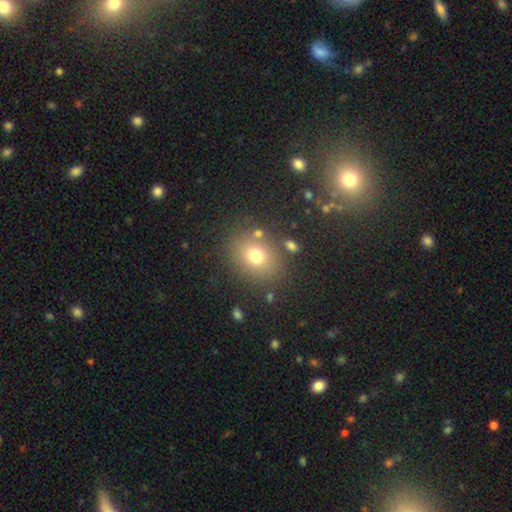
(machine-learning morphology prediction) This appears to be a smooth galaxy with no disk features (73%) that is round (56%). Merging: none (79%).